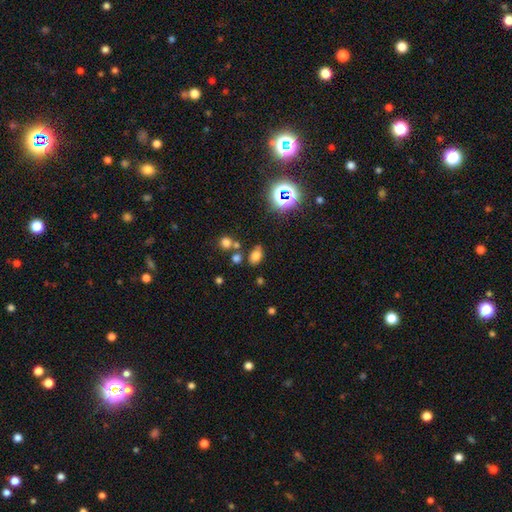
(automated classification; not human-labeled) smooth 72%, star or artifact 20%, featured or disk 8%. Down the decision tree: how rounded — in between (84%); merging — none (74%).